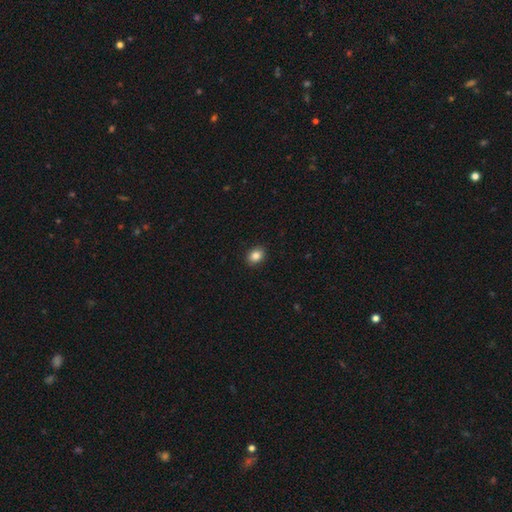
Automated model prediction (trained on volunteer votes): Smooth or featured: smooth — 86% (star or artifact — 9%)
How rounded: in between — 60% (round — 39%)
Merging: none — 91% (minor disturbance — 6%)